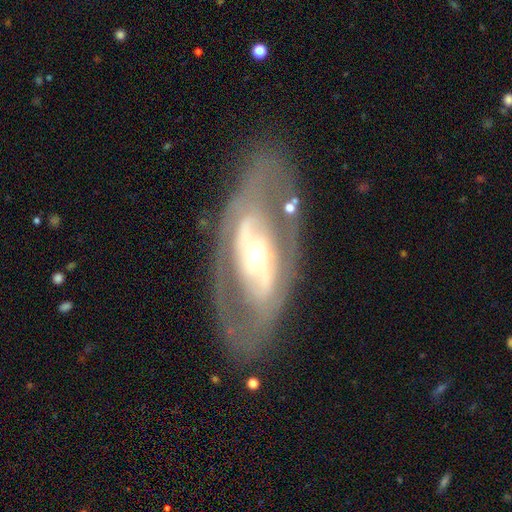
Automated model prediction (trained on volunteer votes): Smooth or featured?
  - featured or disk: 79% *
  - smooth: 15%
  - star or artifact: 6%
Edge-on disk?
  - no: 89% *
  - yes: 11%
Bar?
  - no: 46% *
  - strong: 29%
  - weak: 25%
Spiral arms?
  - yes: 56% *
  - no: 44%
Bulge size?
  - small: 47% *
  - moderate: 42%
  - large: 7%
  - dominant: 2%
  - none: 1%
Merging?
  - none: 74% *
  - minor disturbance: 14%
  - major disturbance: 10%
  - merger: 2%